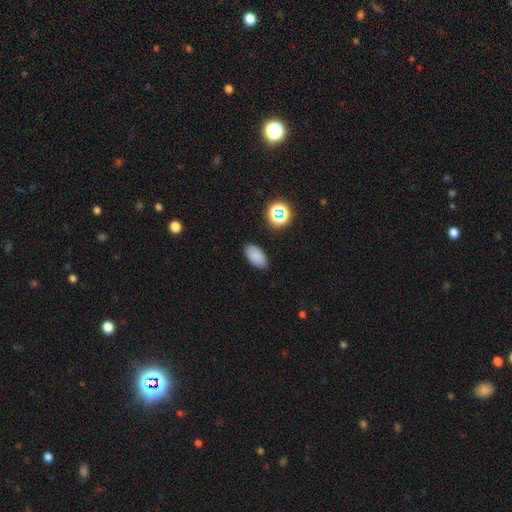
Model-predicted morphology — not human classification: The model was most divided on "smooth or featured": smooth: 83%, star or artifact: 12%, featured or disk: 6%. More confident: how rounded — in between (93%); merging — none (86%).